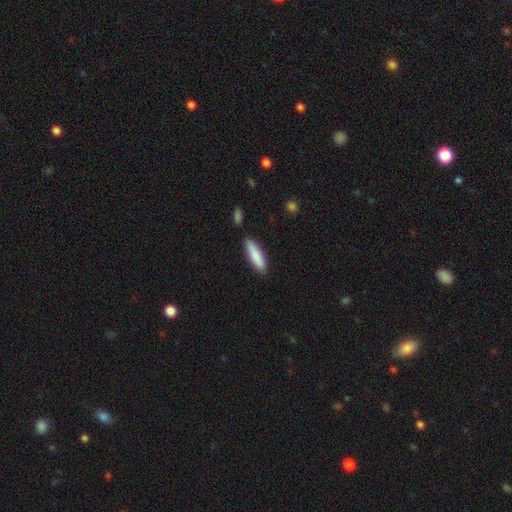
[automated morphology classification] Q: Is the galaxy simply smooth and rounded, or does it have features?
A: smooth — 86%.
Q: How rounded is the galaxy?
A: cigar-shaped — 65%.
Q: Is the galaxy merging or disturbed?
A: none — 83%.